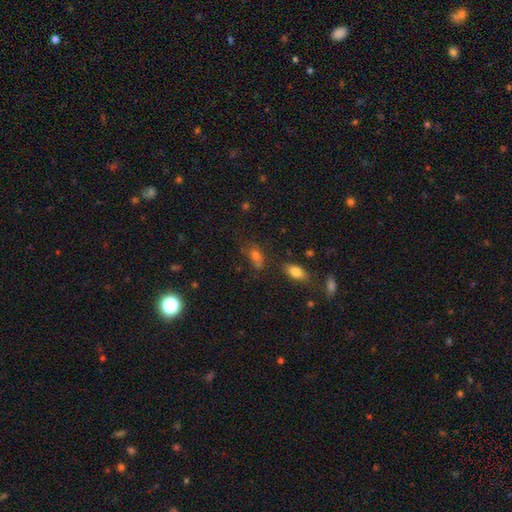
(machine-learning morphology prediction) type=smooth (67%); roundness=in between (75%); merging=none (56%).